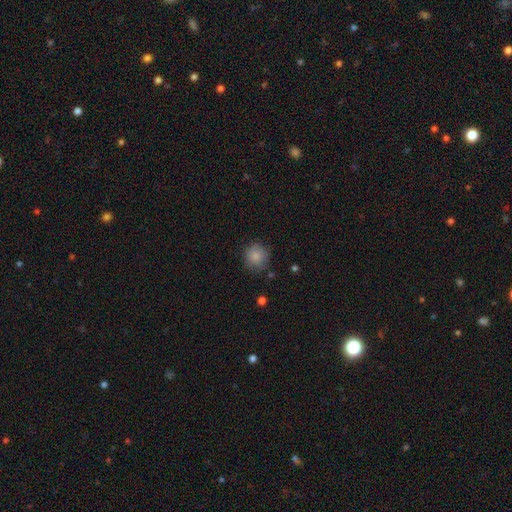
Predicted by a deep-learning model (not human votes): This is clearly a smooth galaxy (85%). How rounded: clearly round (89%). Merging: likely none (79%).